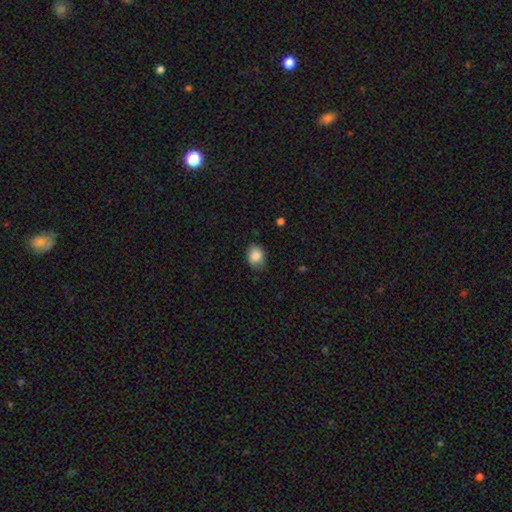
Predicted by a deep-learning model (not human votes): Morphology: type=smooth (86%); roundness=in between (54%); merging=none (67%).